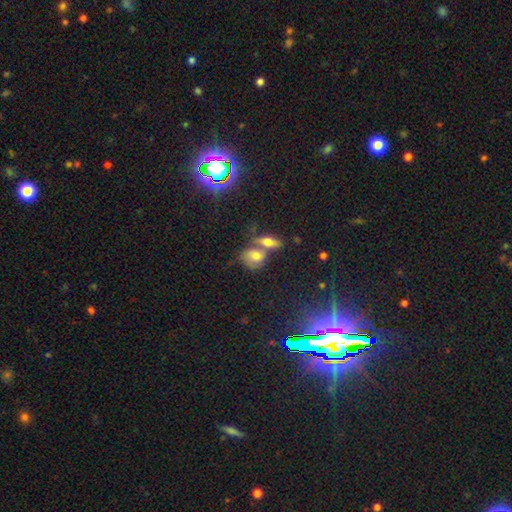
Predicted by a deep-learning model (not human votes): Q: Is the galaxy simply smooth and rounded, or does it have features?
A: smooth — 63%.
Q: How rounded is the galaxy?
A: in between — 55%.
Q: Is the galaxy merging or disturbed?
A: merger — 47%.